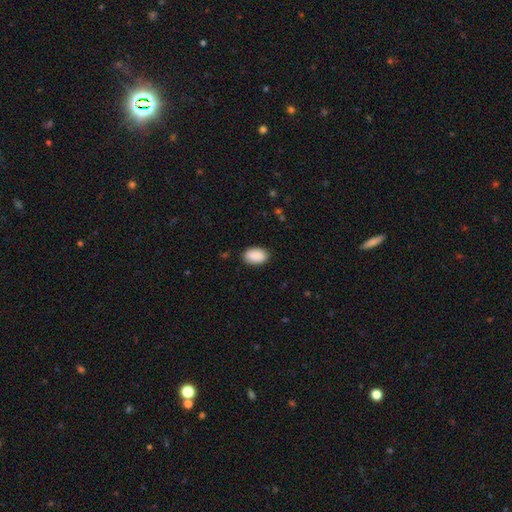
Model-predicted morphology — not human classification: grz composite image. It shows a smooth galaxy with no disk features (90%) that is in between round and cigar-shaped (91%). Merging: none (86%).